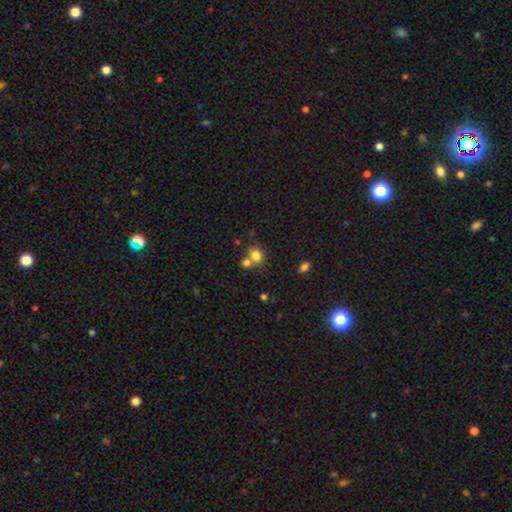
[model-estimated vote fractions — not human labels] Smooth or featured: smooth — 79% (star or artifact — 12%)
How rounded: round — 55% (in between — 44%)
Merging: none — 45% (merger — 41%)